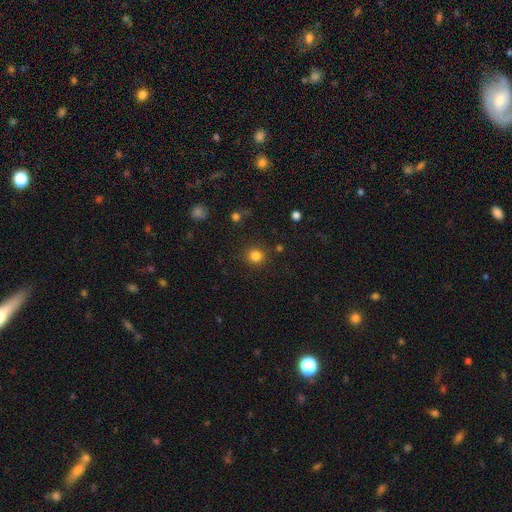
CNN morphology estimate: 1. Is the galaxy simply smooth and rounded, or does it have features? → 83% smooth, 13% star or artifact, 4% featured or disk.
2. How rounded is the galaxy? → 92% round, 7% in between, 1% cigar-shaped.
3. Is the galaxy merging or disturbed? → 88% none, 7% minor disturbance, 3% major disturbance, 2% merger.